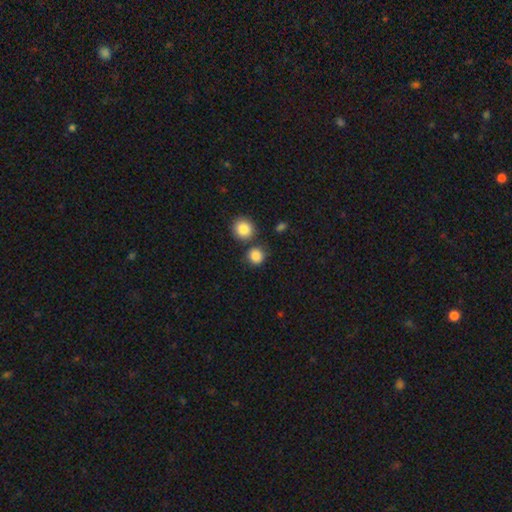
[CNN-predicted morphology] A smooth galaxy with no disk features (86%) that is round (88%). Merging: none (76%).